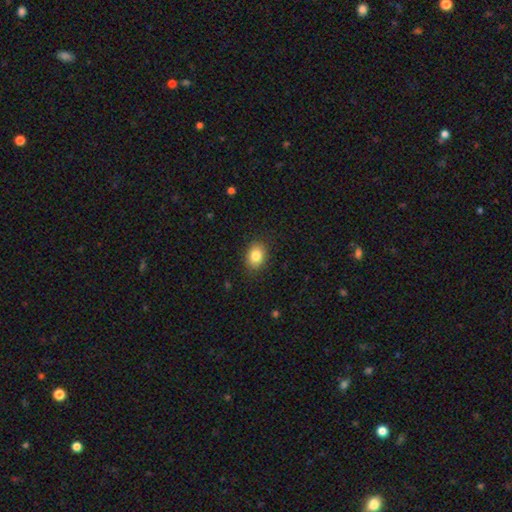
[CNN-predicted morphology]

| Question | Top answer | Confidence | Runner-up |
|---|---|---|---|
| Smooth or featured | smooth | 84% | star or artifact (9%) |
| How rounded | in between | 60% | round (39%) |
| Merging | none | 87% | minor disturbance (9%) |